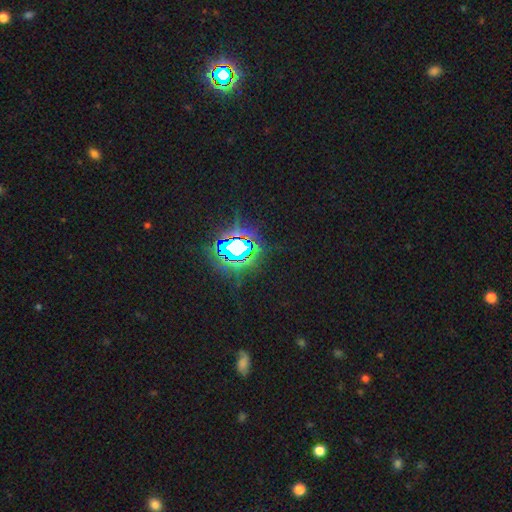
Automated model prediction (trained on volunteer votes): Q: Smooth or featured?
A: star or artifact (82%); runner-up: smooth (11%)